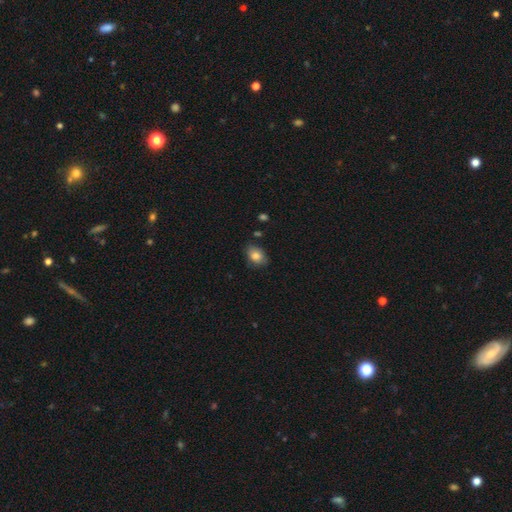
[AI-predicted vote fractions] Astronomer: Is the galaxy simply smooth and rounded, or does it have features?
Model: smooth — 83%.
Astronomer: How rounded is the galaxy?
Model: in between — 78%.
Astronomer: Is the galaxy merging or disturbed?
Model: none — 78%.